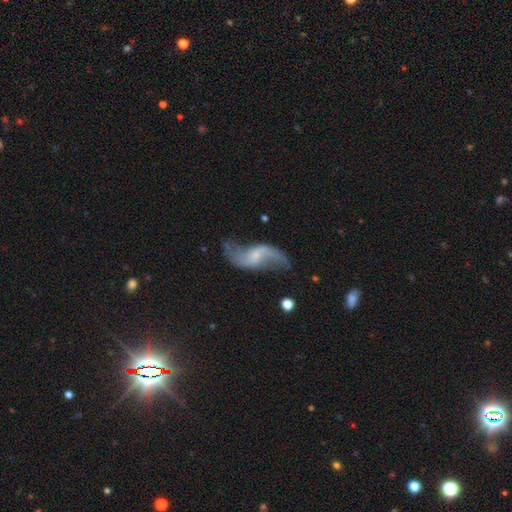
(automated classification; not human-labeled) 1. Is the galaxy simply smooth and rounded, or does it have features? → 85% featured or disk, 9% smooth, 6% star or artifact.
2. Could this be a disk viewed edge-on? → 95% no, 5% yes.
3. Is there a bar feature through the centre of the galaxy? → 43% weak, 41% no, 16% strong.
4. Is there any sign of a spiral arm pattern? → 94% yes, 6% no.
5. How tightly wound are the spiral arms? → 90% loose, 7% medium, 2% tight.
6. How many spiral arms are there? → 93% 2, 2% can't tell, 2% 1, 1% 3, 1% 4, 1% more than 4.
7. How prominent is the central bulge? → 63% small, 18% moderate, 16% none, 2% large, 1% dominant.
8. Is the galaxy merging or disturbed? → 67% none, 18% minor disturbance, 11% major disturbance, 4% merger.